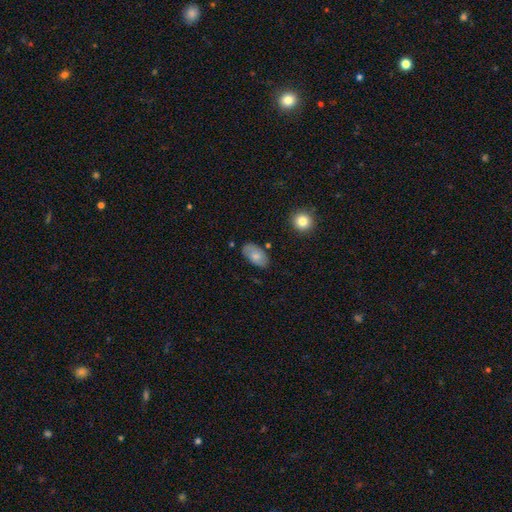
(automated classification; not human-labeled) Morphology: type=smooth (72%); roundness=in between (93%); merging=none (76%).